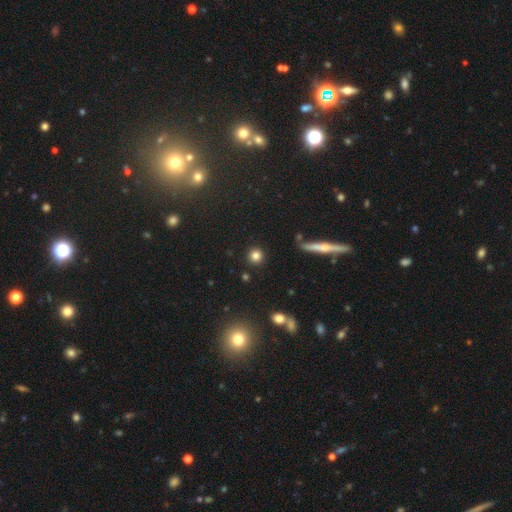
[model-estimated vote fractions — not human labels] Smooth or featured?
  - smooth: 81% *
  - star or artifact: 12%
  - featured or disk: 7%
How rounded?
  - round: 92% *
  - in between: 6%
  - cigar-shaped: 2%
Merging?
  - none: 90% *
  - minor disturbance: 6%
  - merger: 2%
  - major disturbance: 2%